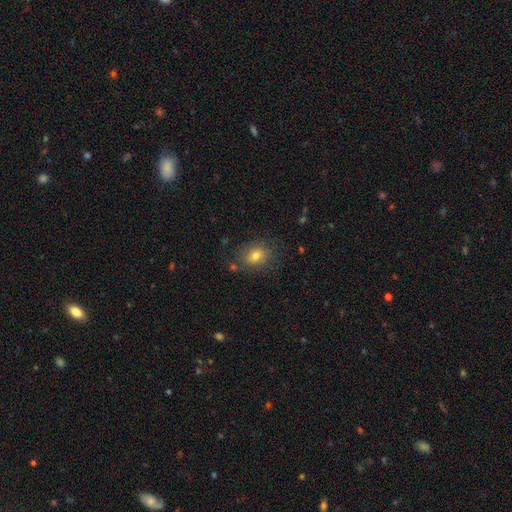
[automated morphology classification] smooth_or_featured: smooth (p=0.75) [alt: featured or disk p=0.13]
how_rounded: in between (p=0.52) [alt: round p=0.46]
merging: none (p=0.76) [alt: minor disturbance p=0.15]